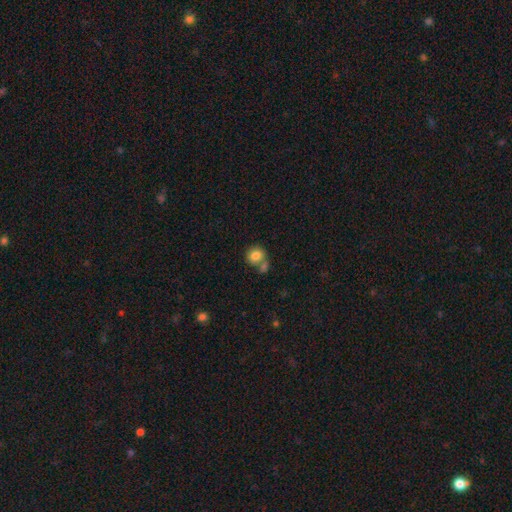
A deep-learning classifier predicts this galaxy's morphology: A smooth galaxy with no disk features (82%) that is round (78%).

Vote fractions:
- Smooth or featured? smooth: 82% / featured or disk: 9% / star or artifact: 9%
- How rounded? round: 78% / in between: 21% / cigar-shaped: 1%
- Merging? none: 50% / merger: 34% / minor disturbance: 11% / major disturbance: 5%